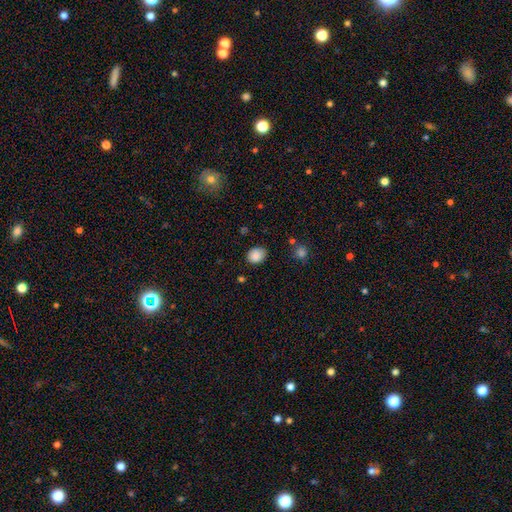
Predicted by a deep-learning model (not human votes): This is clearly a smooth galaxy (87%). How rounded: possibly round (51%). Merging: likely none (79%).